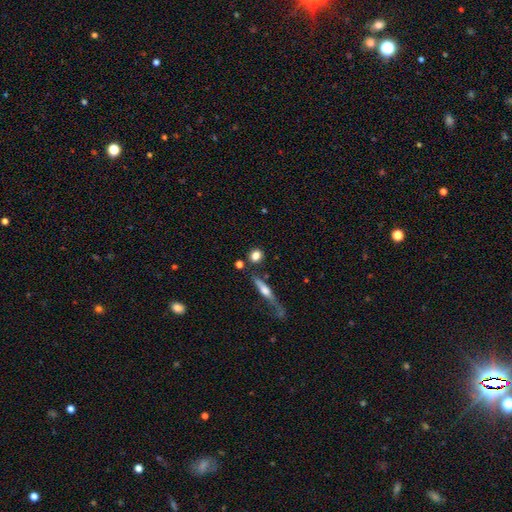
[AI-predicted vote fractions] A smooth galaxy with no disk features (79%) that is round (68%). Merging: none (76%).